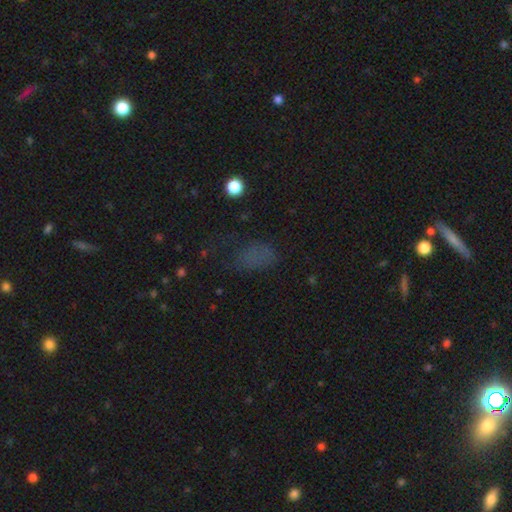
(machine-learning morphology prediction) A smooth galaxy with no disk features (58%) that is in between round and cigar-shaped (83%). Merging: none (54%).